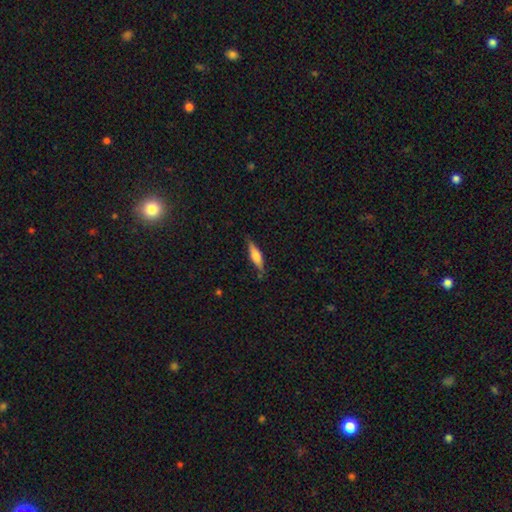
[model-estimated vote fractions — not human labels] smooth-or-featured: smooth: 54% | featured or disk: 40% | star or artifact: 7%
  how-rounded: cigar-shaped: 67% | in between: 31% | round: 2%
  merging: none: 81% | minor disturbance: 14% | major disturbance: 3% | merger: 2%